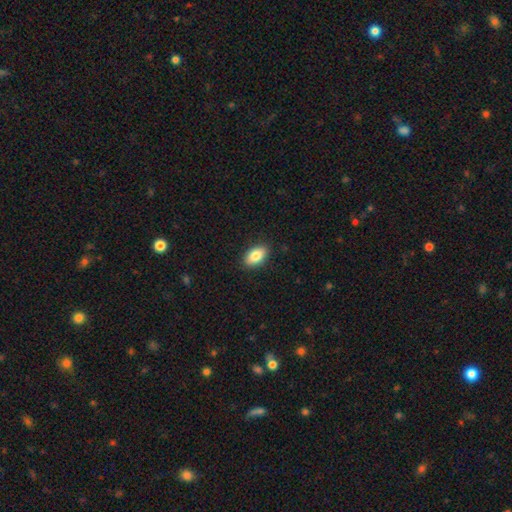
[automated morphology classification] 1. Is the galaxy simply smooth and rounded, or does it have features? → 85% smooth, 8% featured or disk, 7% star or artifact.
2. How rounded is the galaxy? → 92% in between, 6% round, 2% cigar-shaped.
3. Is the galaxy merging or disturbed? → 89% none, 8% minor disturbance, 2% major disturbance, 1% merger.